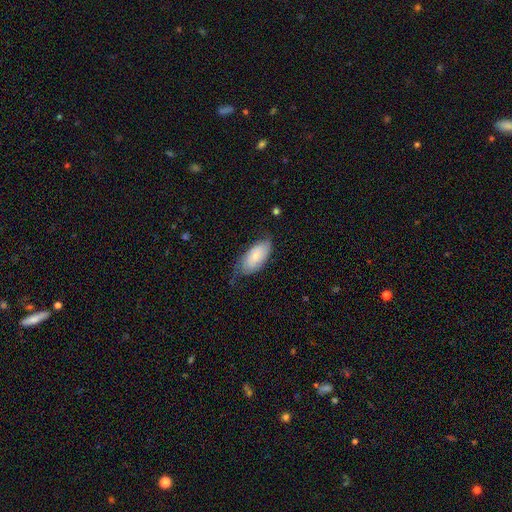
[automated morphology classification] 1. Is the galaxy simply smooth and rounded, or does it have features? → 59% smooth, 35% featured or disk, 6% star or artifact.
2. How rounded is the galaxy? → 92% in between, 6% cigar-shaped, 3% round.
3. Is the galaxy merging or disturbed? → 49% none, 36% minor disturbance, 14% major disturbance, 2% merger.